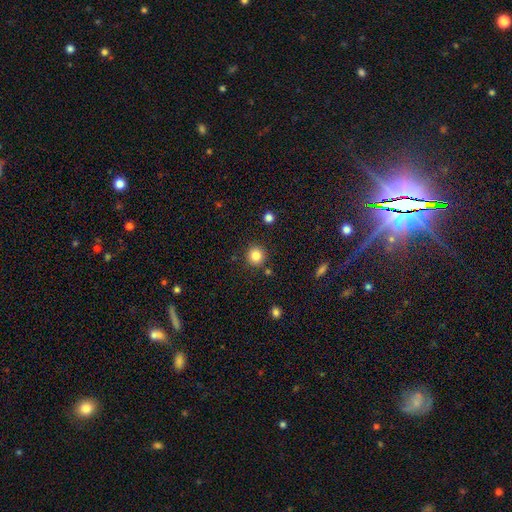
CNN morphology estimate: Smooth or featured? Predicted: smooth (p=0.85). How rounded? Predicted: round (p=0.93). Merging? Predicted: none (p=0.88).